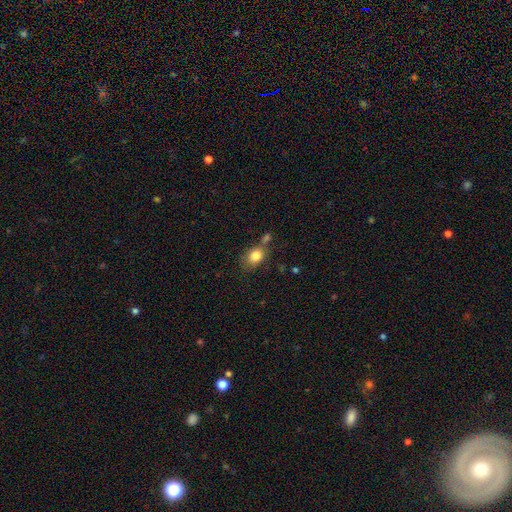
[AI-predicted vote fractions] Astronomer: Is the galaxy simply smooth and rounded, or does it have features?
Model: smooth — 82%.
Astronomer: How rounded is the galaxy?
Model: in between — 61% (runner-up: round, 38%).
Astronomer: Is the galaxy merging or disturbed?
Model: none — 54%.